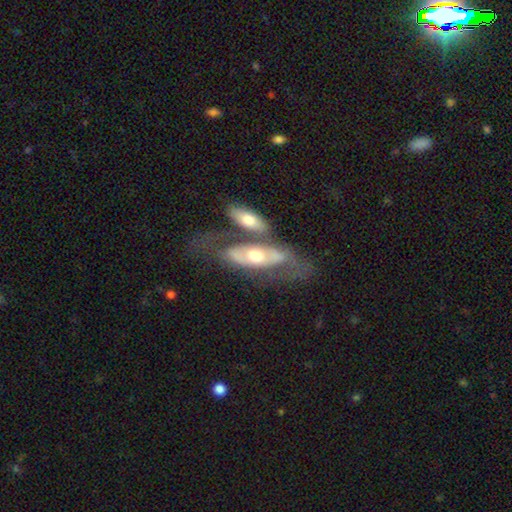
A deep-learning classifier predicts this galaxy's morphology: This appears to be a featured or disk galaxy (61%). Merging: none (38%).